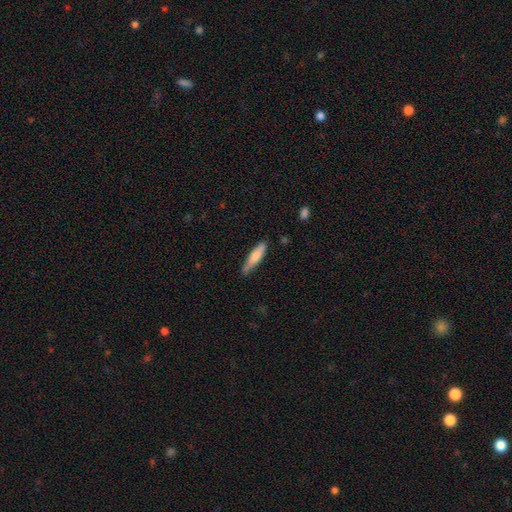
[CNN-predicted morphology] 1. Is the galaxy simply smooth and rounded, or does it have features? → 74% smooth, 20% featured or disk, 5% star or artifact.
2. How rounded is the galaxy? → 78% cigar-shaped, 21% in between, 1% round.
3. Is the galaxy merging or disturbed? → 72% none, 23% minor disturbance, 3% major disturbance, 2% merger.